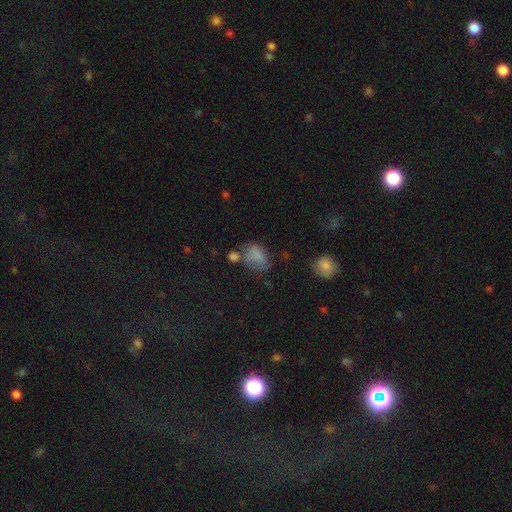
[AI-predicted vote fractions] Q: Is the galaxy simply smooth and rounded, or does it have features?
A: smooth — 74%.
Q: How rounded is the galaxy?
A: in between — 77%.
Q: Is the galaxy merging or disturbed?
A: none — 38%.